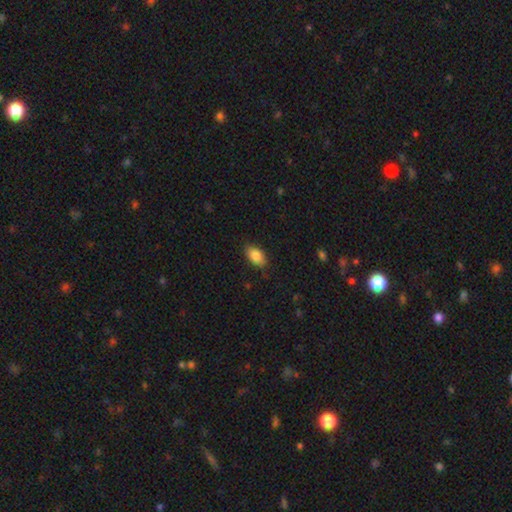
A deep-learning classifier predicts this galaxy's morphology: smooth-or-featured: smooth: 86% | star or artifact: 7% | featured or disk: 7%
  how-rounded: in between: 91% | round: 6% | cigar-shaped: 3%
  merging: none: 84% | minor disturbance: 13% | major disturbance: 3% | merger: 1%